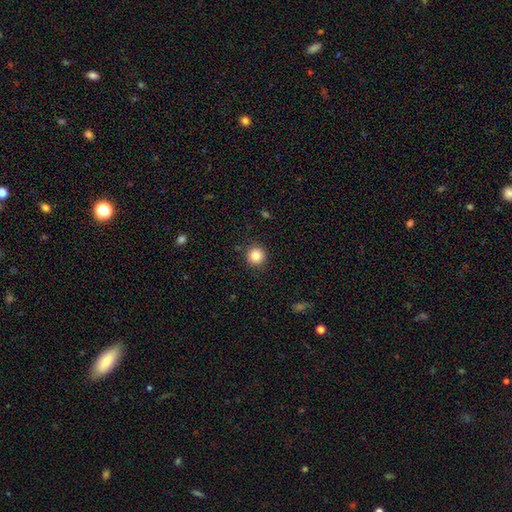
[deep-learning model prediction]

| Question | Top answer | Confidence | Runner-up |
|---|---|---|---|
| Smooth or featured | smooth | 85% | star or artifact (11%) |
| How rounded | round | 94% | in between (5%) |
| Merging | none | 90% | minor disturbance (6%) |